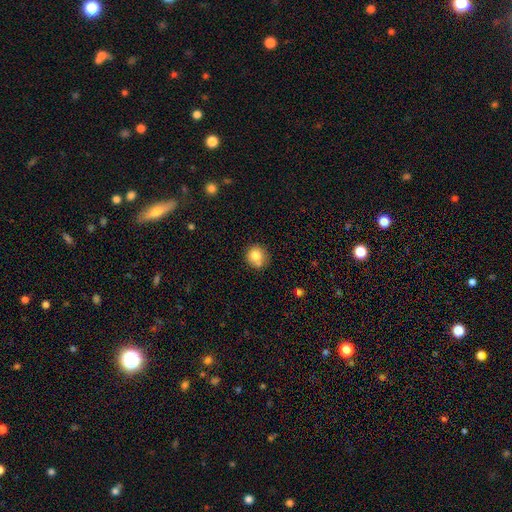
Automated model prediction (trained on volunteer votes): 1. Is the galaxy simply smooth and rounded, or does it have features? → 80% smooth, 10% featured or disk, 10% star or artifact.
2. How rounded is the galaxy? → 91% round, 8% in between, 1% cigar-shaped.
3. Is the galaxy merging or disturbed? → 68% none, 14% minor disturbance, 14% merger, 3% major disturbance.